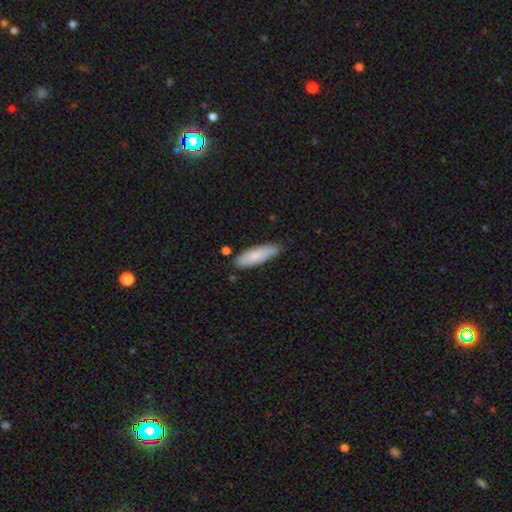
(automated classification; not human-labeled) Smooth or featured: smooth — 81% (featured or disk — 14%)
How rounded: cigar-shaped — 54% (in between — 45%)
Merging: none — 72% (minor disturbance — 22%)